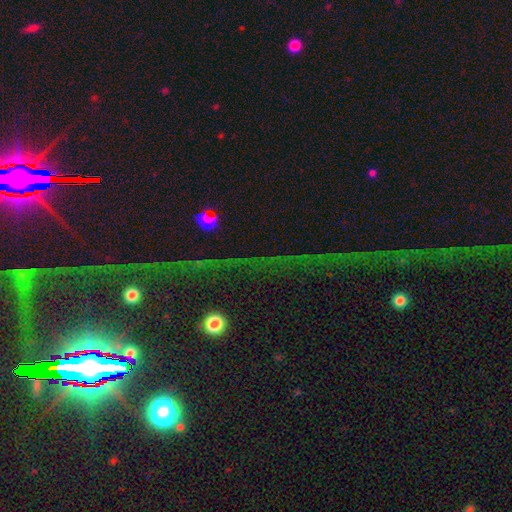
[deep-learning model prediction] Morphology: type=star or artifact (69%).